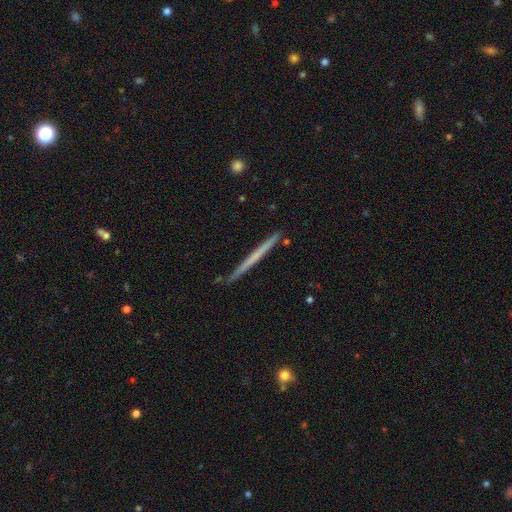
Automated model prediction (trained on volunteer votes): smooth-or-featured: featured or disk: 54% | smooth: 41% | star or artifact: 5%
  disk-edge-on: yes: 98% | no: 2%
    edge-on-bulge: none: 90% | rounded: 7% | boxy: 3%
  merging: none: 89% | minor disturbance: 8% | merger: 1% | major disturbance: 1%